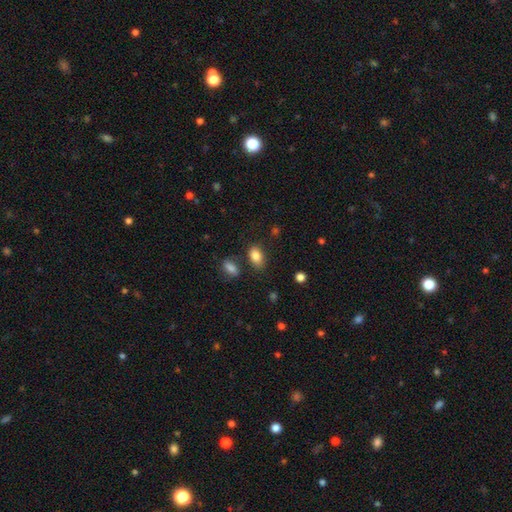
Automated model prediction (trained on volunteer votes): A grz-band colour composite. It shows a smooth galaxy with no disk features (85%) that is in between round and cigar-shaped (86%). Merging: none (75%).